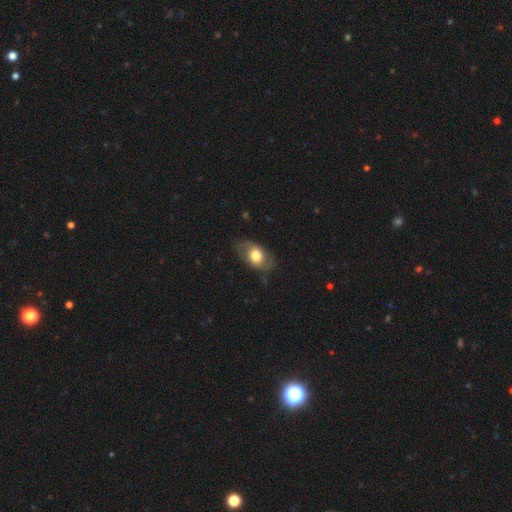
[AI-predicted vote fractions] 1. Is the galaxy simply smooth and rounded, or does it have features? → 59% smooth, 35% featured or disk, 7% star or artifact.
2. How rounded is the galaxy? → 83% in between, 15% round, 2% cigar-shaped.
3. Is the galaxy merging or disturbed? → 74% none, 18% minor disturbance, 7% major disturbance, 1% merger.